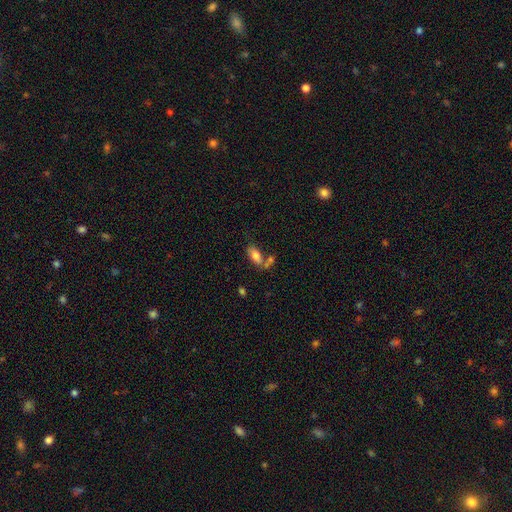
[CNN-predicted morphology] A smooth galaxy with no disk features (76%) that is in between round and cigar-shaped (89%). Merging: none (43%).